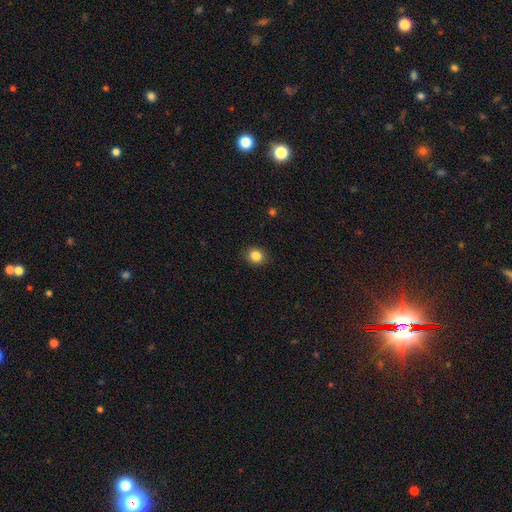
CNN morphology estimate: Smooth or featured? Predicted: smooth (p=0.85). How rounded? Predicted: round (p=0.71). Merging? Predicted: none (p=0.88).